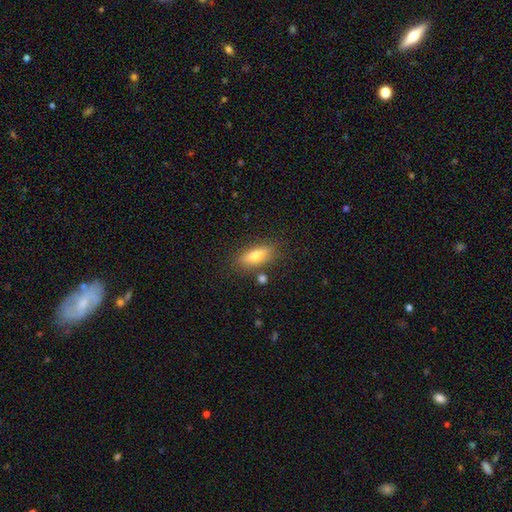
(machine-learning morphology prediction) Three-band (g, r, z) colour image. It shows a smooth galaxy with no disk features (71%) that is in between round and cigar-shaped (65%). Merging: none (80%).